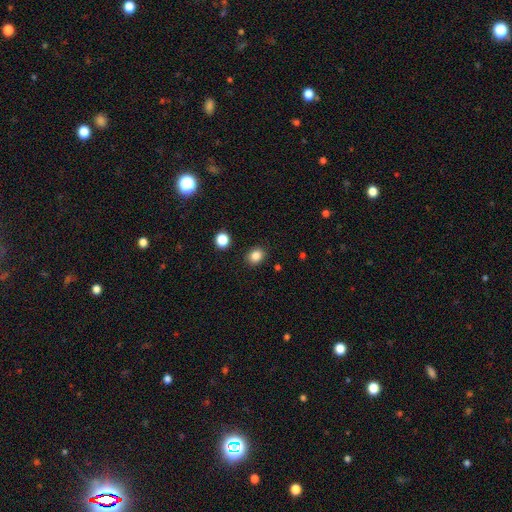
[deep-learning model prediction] Smooth or featured: smooth — 85% (star or artifact — 11%)
How rounded: round — 64% (in between — 35%)
Merging: none — 88% (minor disturbance — 7%)